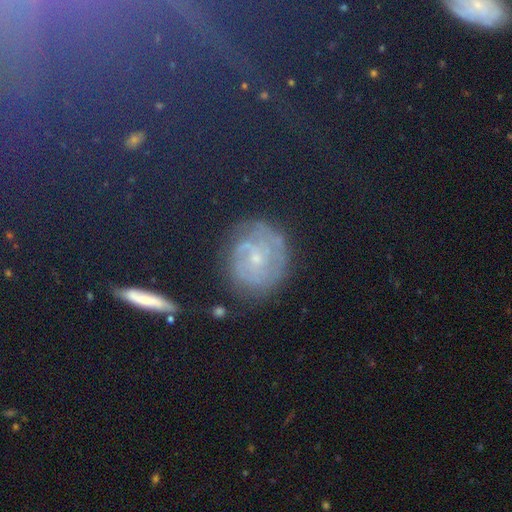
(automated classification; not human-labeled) featured or disk 53%, star or artifact 25%, smooth 22%. Down the decision tree: edge-on disk — no (92%); merging — none (75%).